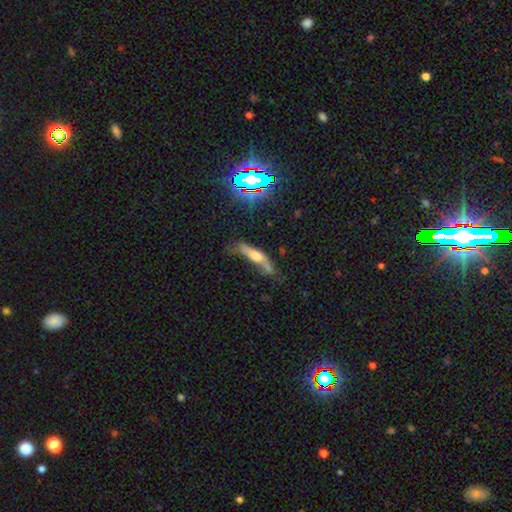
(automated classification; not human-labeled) Smooth or featured? featured or disk (49%)
Merging? none (38%)